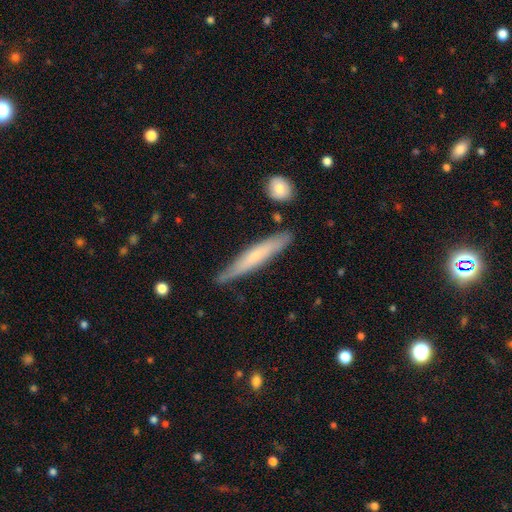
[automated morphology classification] Smooth or featured? Predicted: smooth (p=0.51). How rounded? Predicted: cigar-shaped (p=0.93). Merging? Predicted: none (p=0.78).